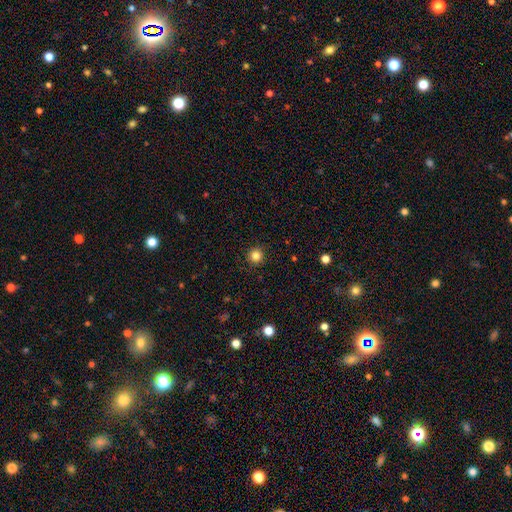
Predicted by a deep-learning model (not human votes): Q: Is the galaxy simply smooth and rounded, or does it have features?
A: smooth — 83%.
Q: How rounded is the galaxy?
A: round — 95%.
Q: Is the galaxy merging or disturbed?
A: none — 92%.